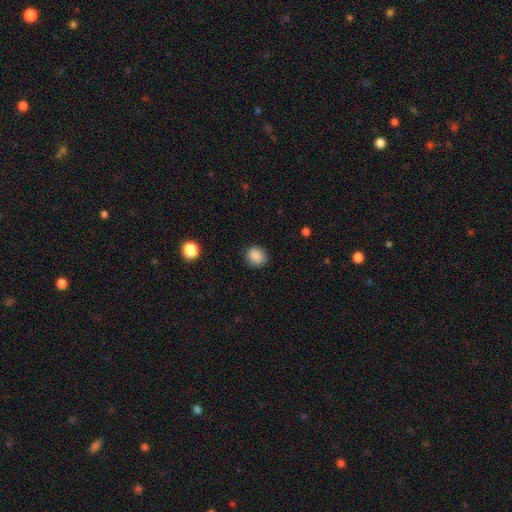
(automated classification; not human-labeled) smooth_or_featured: smooth (p=0.87) [alt: star or artifact p=0.10]
how_rounded: round (p=0.70) [alt: in between p=0.29]
merging: none (p=0.84) [alt: minor disturbance p=0.12]